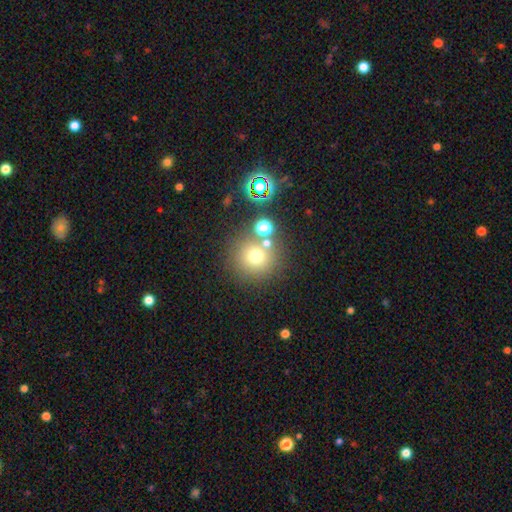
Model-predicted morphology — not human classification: Smooth or featured? Predicted: smooth (p=0.68). How rounded? Predicted: round (p=0.93). Merging? Predicted: none (p=0.73).